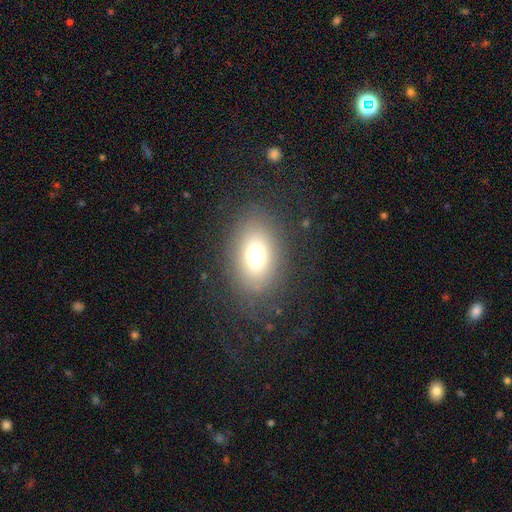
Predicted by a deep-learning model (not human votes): Smooth or featured? Predicted: smooth (p=0.70). How rounded? Predicted: in between (p=0.83). Merging? Predicted: none (p=0.77).